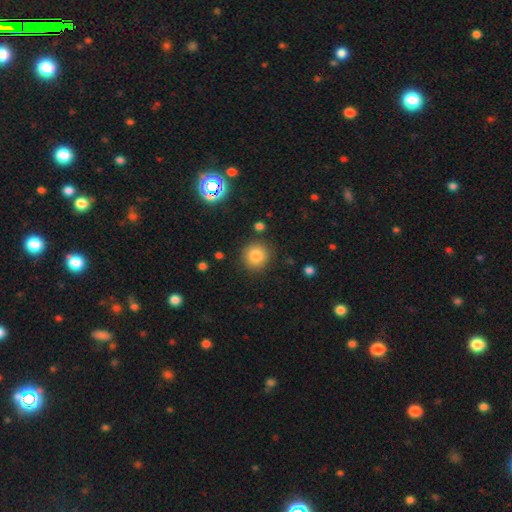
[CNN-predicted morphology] Smooth or featured? Predicted: smooth (p=0.82). How rounded? Predicted: round (p=0.93). Merging? Predicted: none (p=0.88).